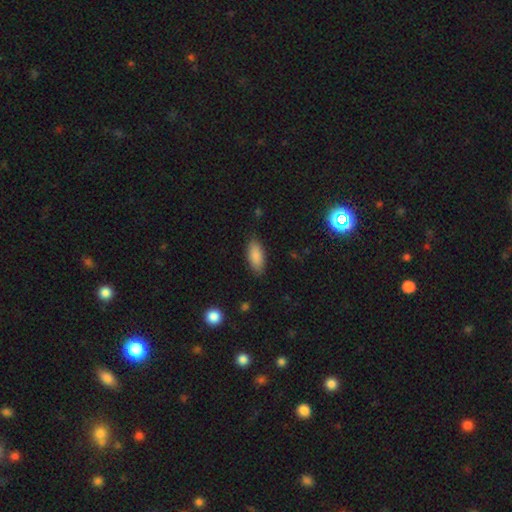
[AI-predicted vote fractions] Q: Smooth or featured?
A: smooth (87%); runner-up: star or artifact (7%)
Q: How rounded?
A: in between (85%); runner-up: cigar-shaped (13%)
Q: Merging?
A: none (84%); runner-up: minor disturbance (13%)